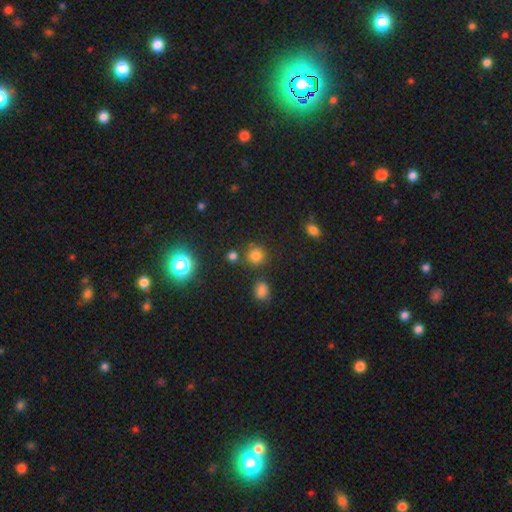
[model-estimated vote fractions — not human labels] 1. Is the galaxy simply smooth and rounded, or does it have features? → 75% smooth, 20% star or artifact, 6% featured or disk.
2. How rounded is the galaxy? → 90% round, 9% in between, 1% cigar-shaped.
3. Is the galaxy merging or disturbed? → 78% none, 10% minor disturbance, 8% merger, 4% major disturbance.